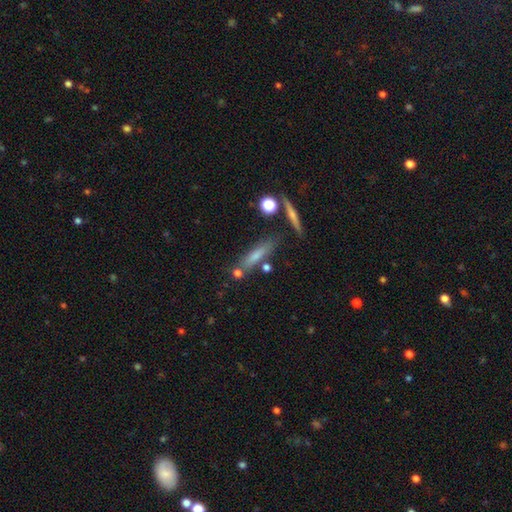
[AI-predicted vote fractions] A smooth galaxy with no disk features (56%) that is cigar-shaped (80%). Merging: none (70%).